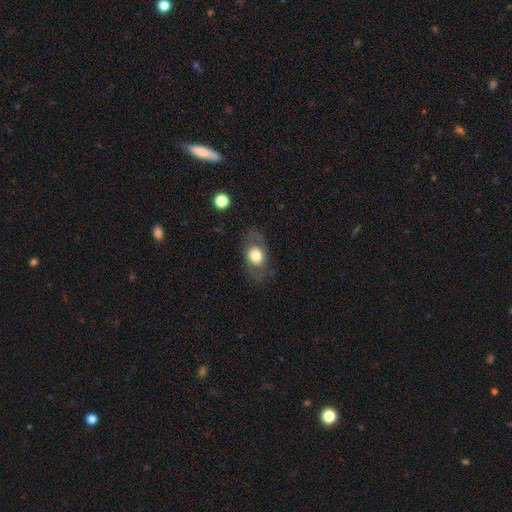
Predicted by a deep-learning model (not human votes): smooth 57%, featured or disk 36%, star or artifact 7%. Down the decision tree: how rounded — in between (63%); merging — none (75%).